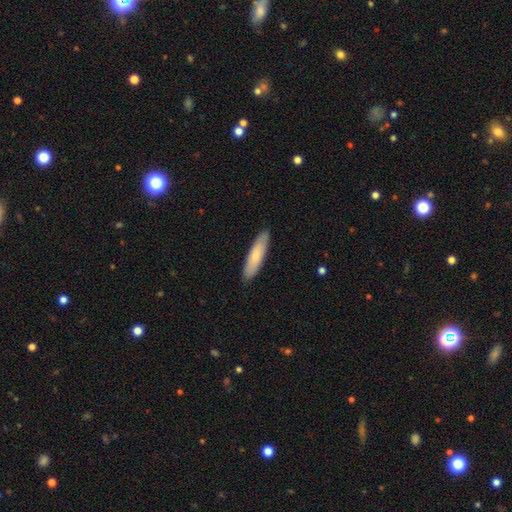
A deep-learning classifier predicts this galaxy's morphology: Smooth or featured?
  - smooth: 77% *
  - featured or disk: 17%
  - star or artifact: 5%
How rounded?
  - cigar-shaped: 76% *
  - in between: 23%
  - round: 1%
Merging?
  - none: 90% *
  - minor disturbance: 8%
  - major disturbance: 1%
  - merger: 1%